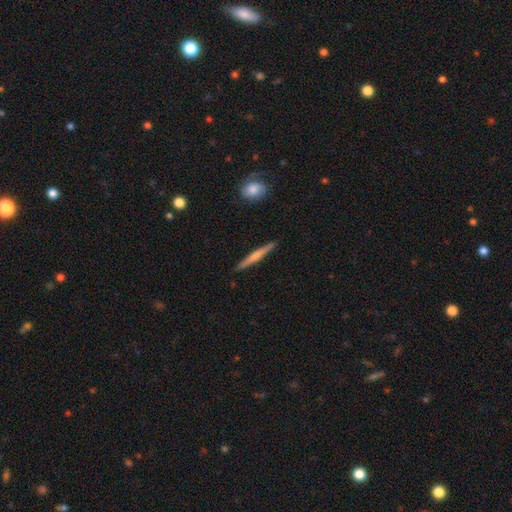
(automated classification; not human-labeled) Smooth or featured: featured or disk — 51% (smooth — 44%)
Edge-on disk: yes — 97% (no — 3%)
Merging: none — 91% (minor disturbance — 6%)